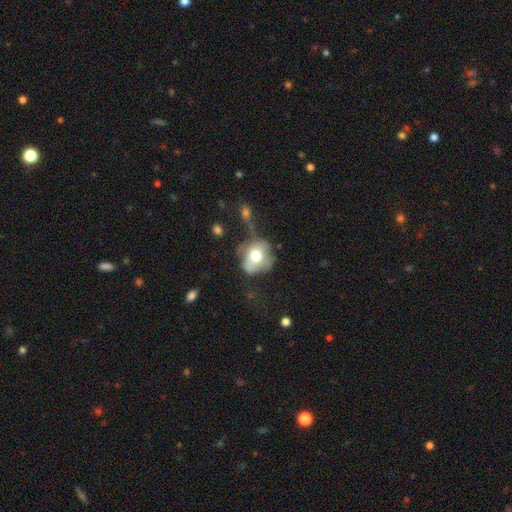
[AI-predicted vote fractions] Morphology: type=smooth (62%); roundness=round (64%); merging=none (42%).